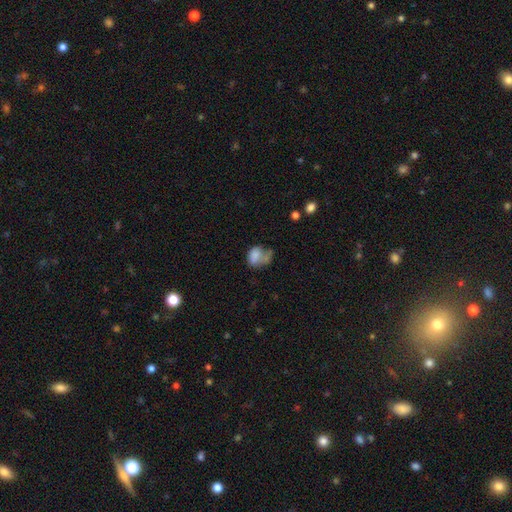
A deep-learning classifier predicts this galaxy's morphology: A smooth galaxy with no disk features (72%) that is in between round and cigar-shaped (66%). Merging: major disturbance (29%).